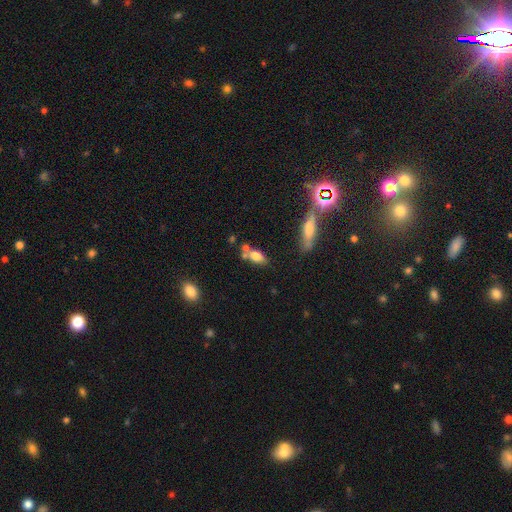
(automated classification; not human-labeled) This is likely a smooth galaxy (72%). How rounded: likely in between (78%). Merging: possibly none (48%).